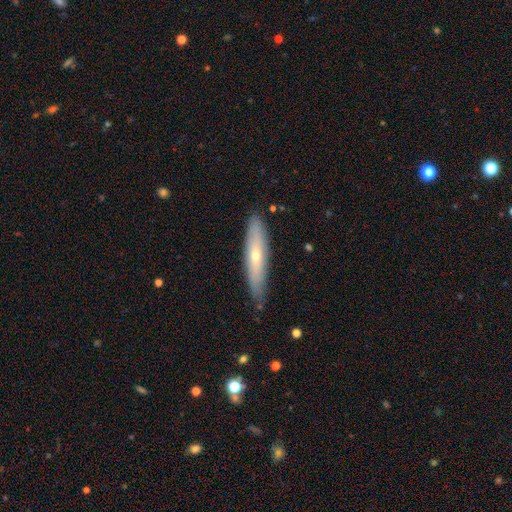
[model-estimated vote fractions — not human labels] smooth_or_featured: smooth (p=0.50) [alt: featured or disk p=0.44]
how_rounded: cigar-shaped (p=0.81) [alt: in between p=0.18]
merging: none (p=0.81) [alt: minor disturbance p=0.15]